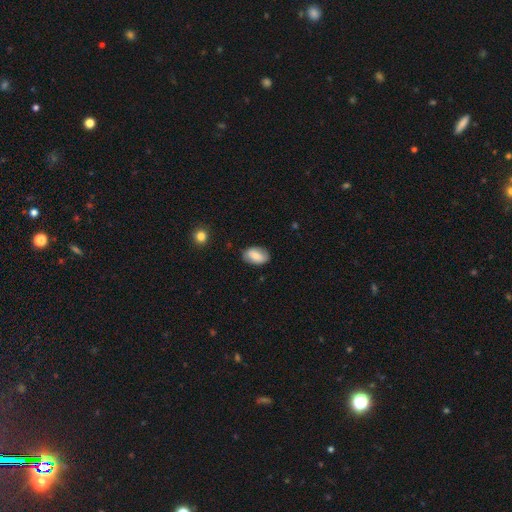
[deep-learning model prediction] Morphology: type=smooth (72%); roundness=in between (90%); merging=none (82%).